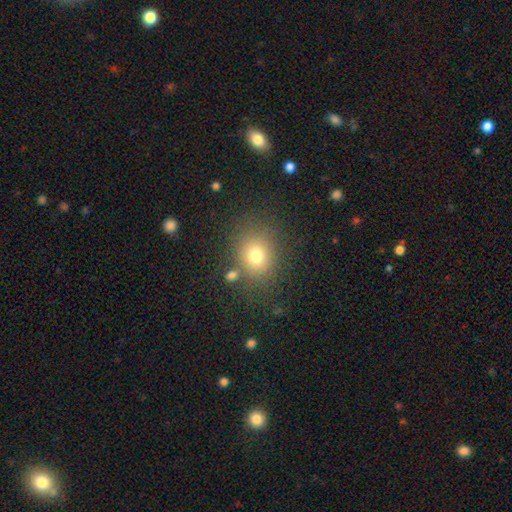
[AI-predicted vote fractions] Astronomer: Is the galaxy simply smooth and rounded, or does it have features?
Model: smooth — 74%.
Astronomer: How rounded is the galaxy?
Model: round — 64%.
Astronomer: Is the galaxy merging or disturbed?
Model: none — 77%.